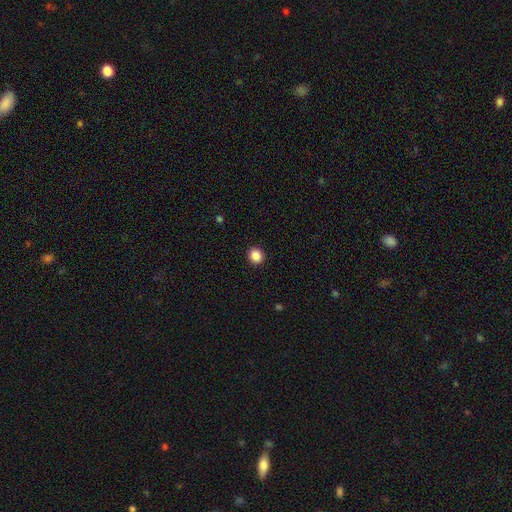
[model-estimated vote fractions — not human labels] smooth-or-featured: smooth: 87% | star or artifact: 10% | featured or disk: 3%
  how-rounded: round: 84% | in between: 15% | cigar-shaped: 1%
  merging: none: 92% | minor disturbance: 5% | major disturbance: 2% | merger: 1%